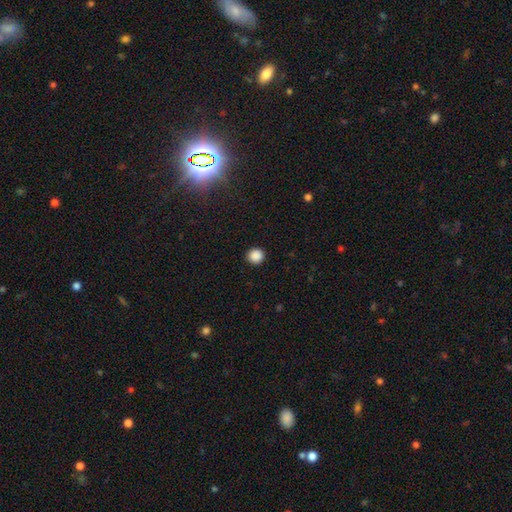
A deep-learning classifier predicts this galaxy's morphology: Smooth or featured: smooth — 88% (star or artifact — 10%)
How rounded: round — 93% (in between — 6%)
Merging: none — 93% (minor disturbance — 5%)